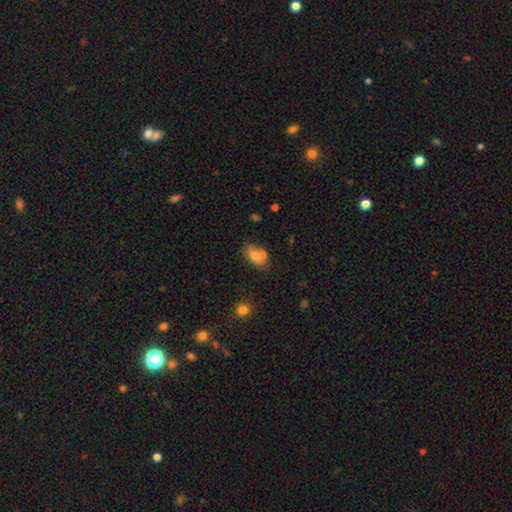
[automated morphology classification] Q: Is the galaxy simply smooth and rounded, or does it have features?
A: smooth — 71%.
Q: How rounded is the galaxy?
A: in between — 89%.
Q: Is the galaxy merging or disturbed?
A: none — 49%.